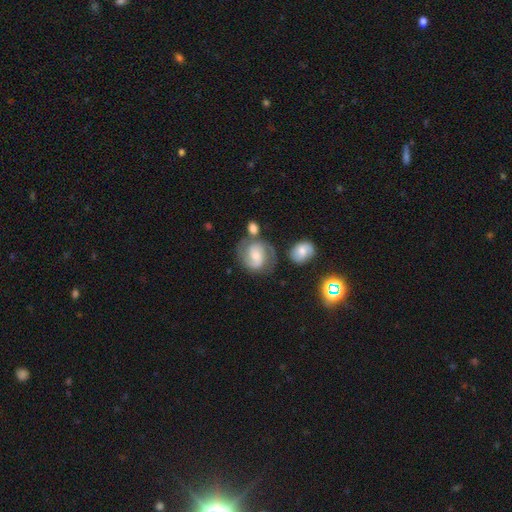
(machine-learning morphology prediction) A featured or disk galaxy (68%) with no bar (45%), 2 (83%) medium (48%) spiral arms (92%) and a small central bulge (45%).

Vote fractions:
- Smooth or featured? featured or disk: 68% / smooth: 25% / star or artifact: 7%
- Edge-on disk? no: 97% / yes: 3%
- Bar? no: 45% / weak: 43% / strong: 12%
- Spiral arms? yes: 92% / no: 8%
- Spiral winding? medium: 48% / tight: 36% / loose: 16%
- Spiral arm count? 2: 83% / can't tell: 9% / 1: 3% / 3: 3% / 4: 1% / more than 4: 1%
- Bulge size? small: 45% / moderate: 44% / large: 5% / none: 4% / dominant: 1%
- Merging? none: 59% / minor disturbance: 18% / merger: 16% / major disturbance: 8%